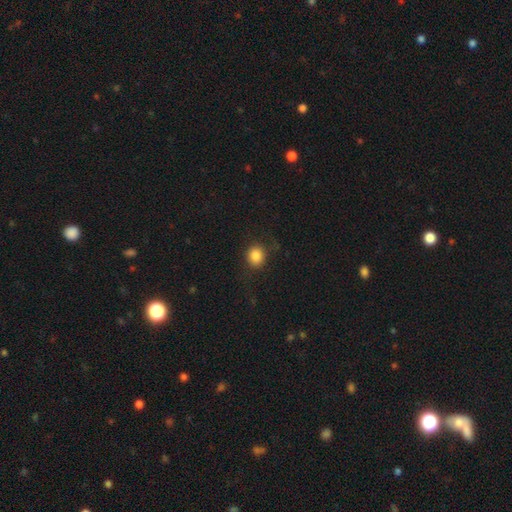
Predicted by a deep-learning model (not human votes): The model was most divided on "how rounded": round: 78%, in between: 21%, cigar-shaped: 1%. More confident: smooth or featured — smooth (84%); merging — none (81%).